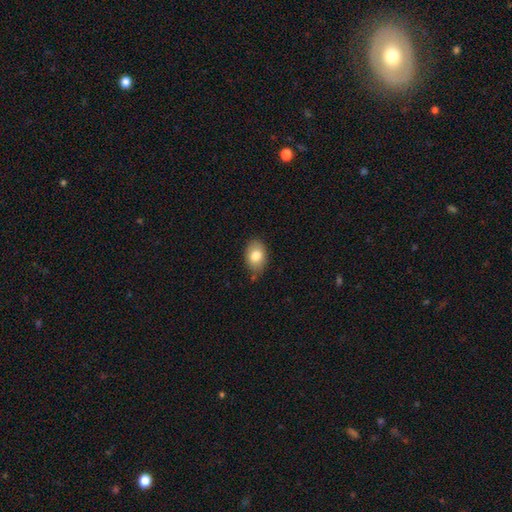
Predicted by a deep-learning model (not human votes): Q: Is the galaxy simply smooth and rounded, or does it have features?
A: smooth — 81%.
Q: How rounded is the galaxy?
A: in between — 83%.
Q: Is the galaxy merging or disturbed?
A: none — 78%.